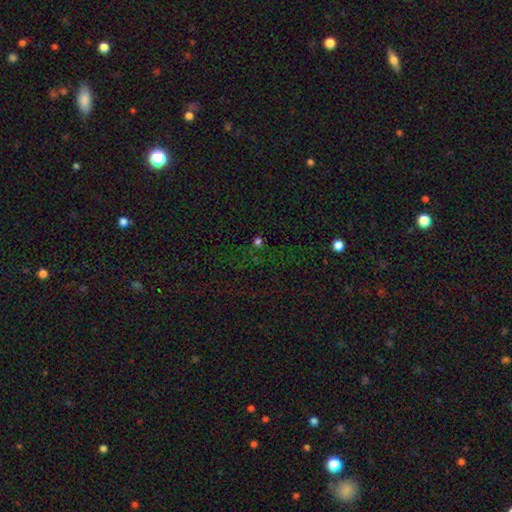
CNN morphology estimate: type=star or artifact (72%).